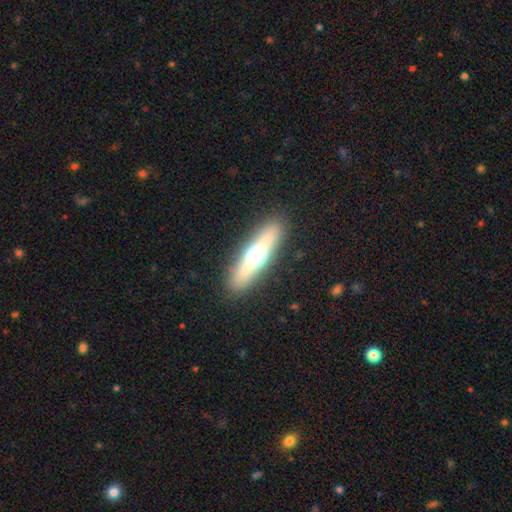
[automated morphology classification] This appears to be a featured or disk galaxy (46%). Merging: none (88%).